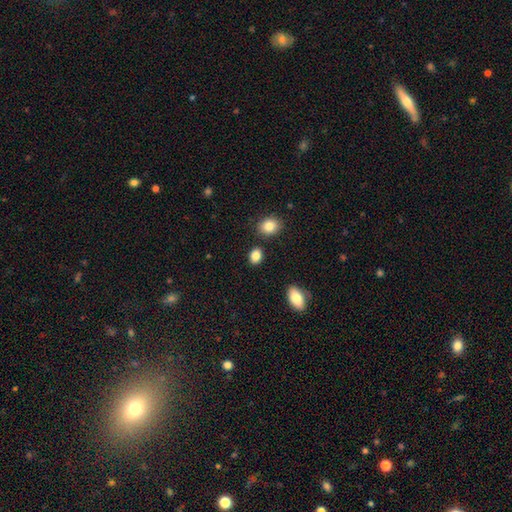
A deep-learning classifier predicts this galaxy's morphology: Smooth or featured? Predicted: smooth (p=0.86). How rounded? Predicted: in between (p=0.61). Merging? Predicted: none (p=0.84).